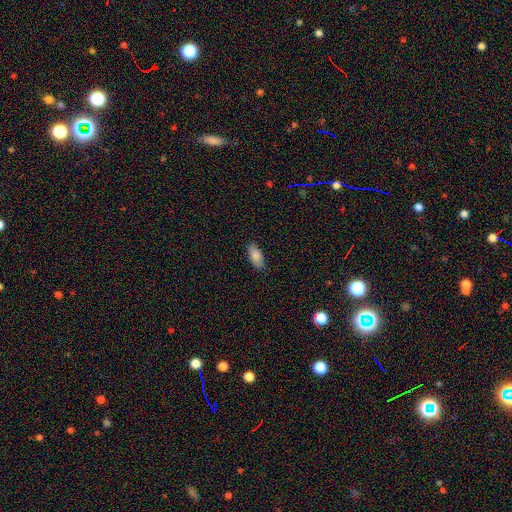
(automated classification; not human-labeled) Morphology: type=smooth (86%); roundness=in between (85%); merging=none (85%).